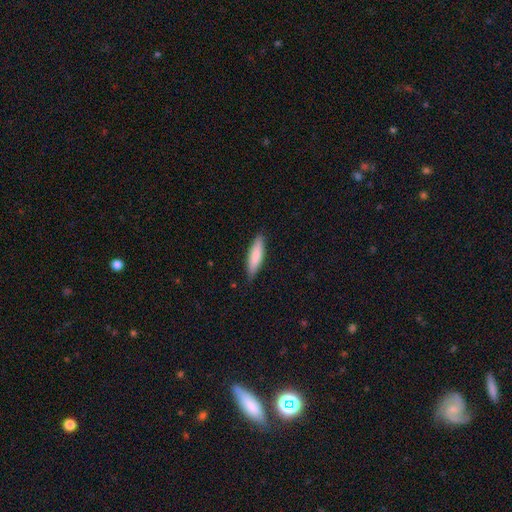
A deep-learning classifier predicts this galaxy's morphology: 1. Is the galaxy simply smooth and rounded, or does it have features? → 82% smooth, 13% featured or disk, 5% star or artifact.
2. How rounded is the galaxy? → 69% cigar-shaped, 30% in between, 1% round.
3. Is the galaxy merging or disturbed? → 86% none, 11% minor disturbance, 2% major disturbance, 1% merger.